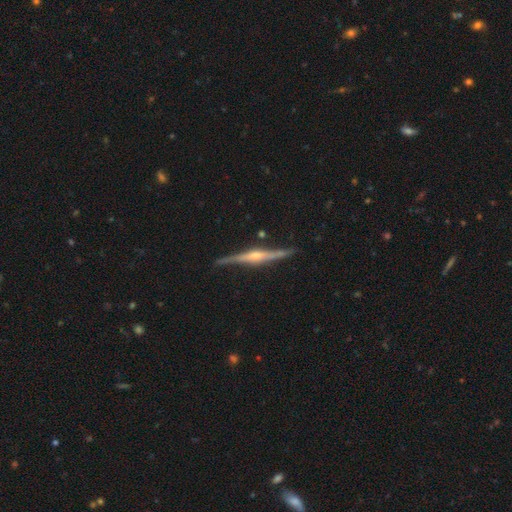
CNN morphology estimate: Overall: featured or disk (85%). Edge-on disk: yes (97%). Edge-on bulge: rounded (75%). Merging: none (84%).